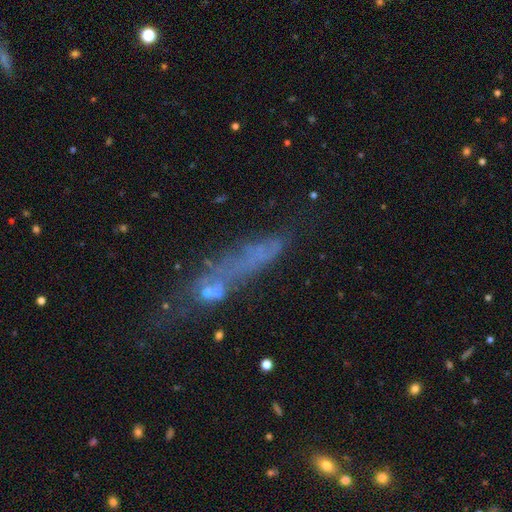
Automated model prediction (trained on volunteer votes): Overall: featured or disk (39%; smooth 37%). Merging: none (38%; major disturbance 25%).